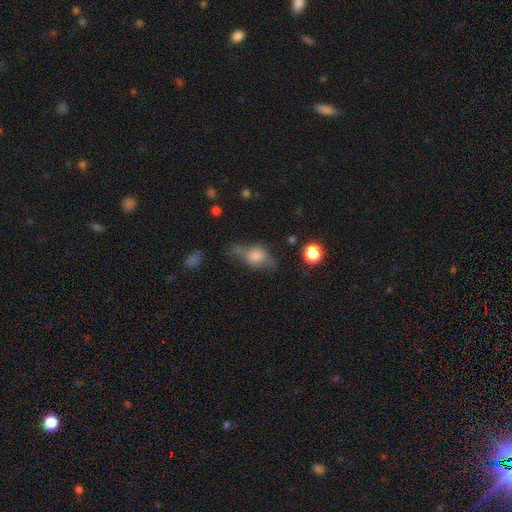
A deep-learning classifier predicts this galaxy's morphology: A smooth galaxy with no disk features (52%) that is in between round and cigar-shaped (68%). Merging: none (42%).